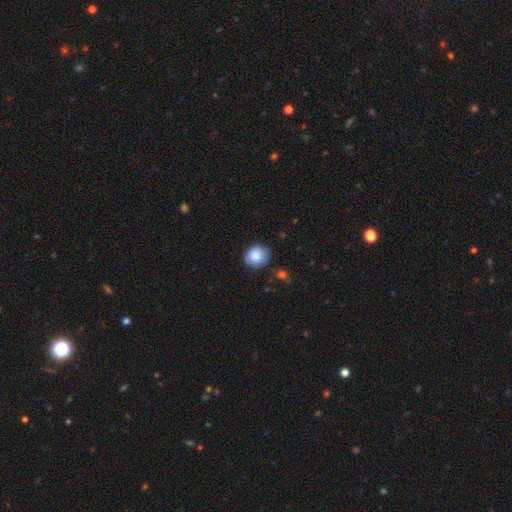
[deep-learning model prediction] A smooth galaxy with no disk features (84%) that is round (74%).

Vote fractions:
- Smooth or featured? smooth: 84% / featured or disk: 8% / star or artifact: 8%
- How rounded? round: 74% / in between: 26% / cigar-shaped: 1%
- Merging? none: 77% / minor disturbance: 18% / major disturbance: 3% / merger: 2%